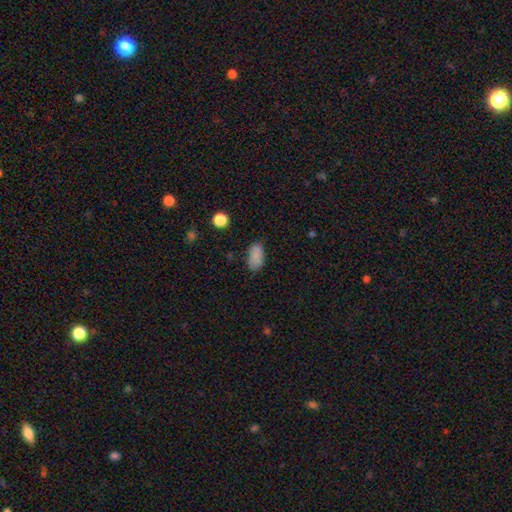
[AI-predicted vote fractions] Q: Smooth or featured?
A: smooth (84%); runner-up: star or artifact (10%)
Q: How rounded?
A: in between (92%); runner-up: round (5%)
Q: Merging?
A: none (75%); runner-up: minor disturbance (18%)